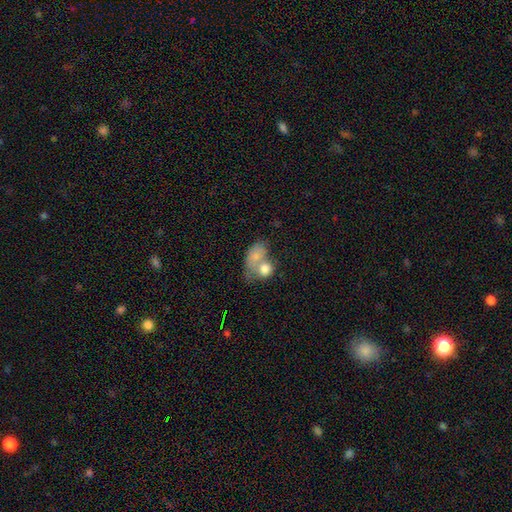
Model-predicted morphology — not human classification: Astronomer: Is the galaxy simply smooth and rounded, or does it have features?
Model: smooth — 72%.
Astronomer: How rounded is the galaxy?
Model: in between — 71%.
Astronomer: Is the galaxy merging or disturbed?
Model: merger — 64%.